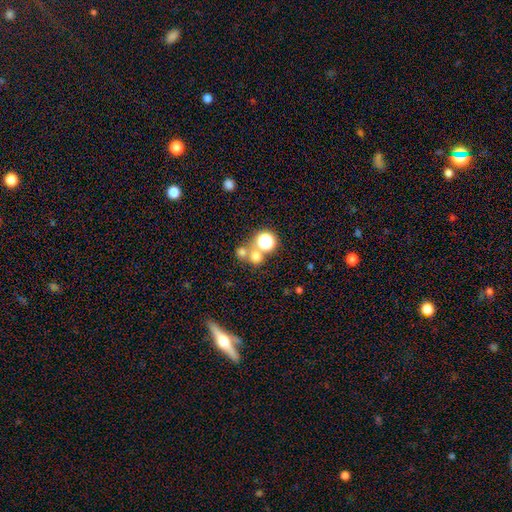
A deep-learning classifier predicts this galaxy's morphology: Overall: smooth (65%; star or artifact 25%). How rounded: round (86%). Merging: none (55%; merger 35%).